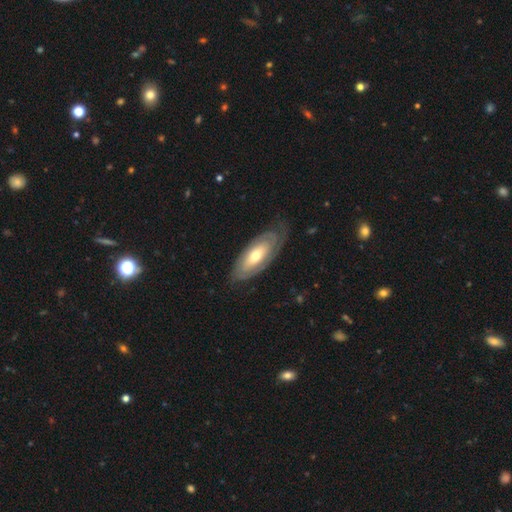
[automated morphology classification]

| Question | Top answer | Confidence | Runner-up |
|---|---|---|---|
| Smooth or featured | featured or disk | 61% | smooth (34%) |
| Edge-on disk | no | 84% | yes (16%) |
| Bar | no | 72% | weak (19%) |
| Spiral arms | yes | 63% | no (37%) |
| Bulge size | moderate | 64% | small (27%) |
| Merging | none | 72% | minor disturbance (20%) |